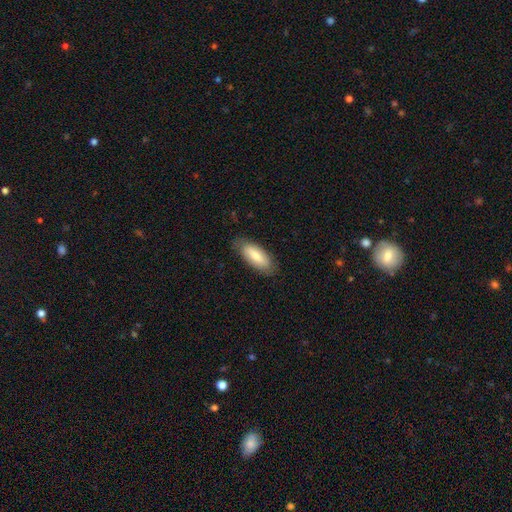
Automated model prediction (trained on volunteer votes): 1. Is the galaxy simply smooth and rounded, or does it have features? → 78% smooth, 17% featured or disk, 5% star or artifact.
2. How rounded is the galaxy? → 80% in between, 18% cigar-shaped, 2% round.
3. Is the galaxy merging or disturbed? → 81% none, 15% minor disturbance, 3% major disturbance, 1% merger.